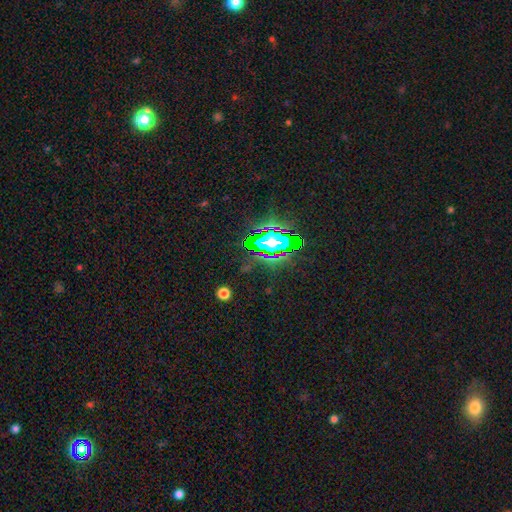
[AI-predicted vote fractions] The model was most divided on "smooth or featured": star or artifact: 77%, smooth: 14%, featured or disk: 9%.